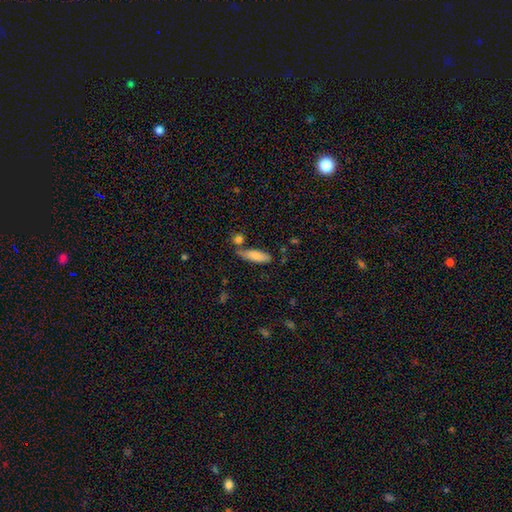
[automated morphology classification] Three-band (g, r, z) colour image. It shows a smooth galaxy with no disk features (80%) that is cigar-shaped (51%). Merging: none (63%).